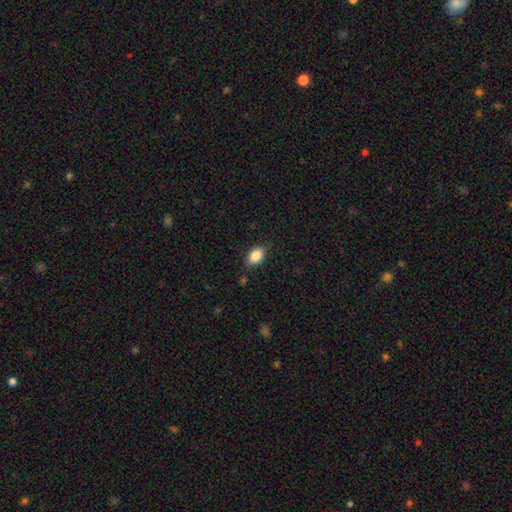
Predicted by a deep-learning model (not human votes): Overall: smooth (87%). How rounded: in between (86%). Merging: none (82%).